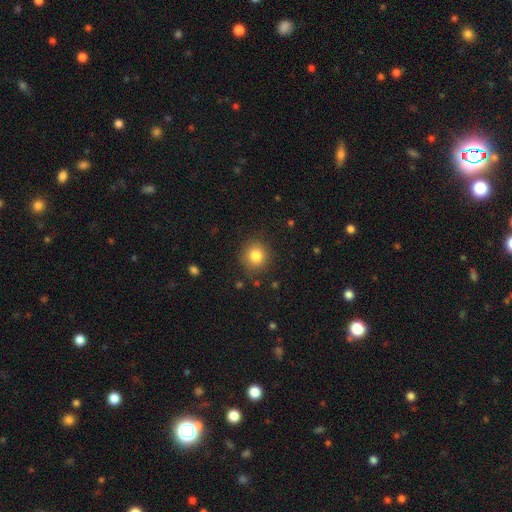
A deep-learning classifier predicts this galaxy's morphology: Smooth or featured: smooth — 82% (star or artifact — 11%)
How rounded: round — 90% (in between — 9%)
Merging: none — 86% (minor disturbance — 9%)